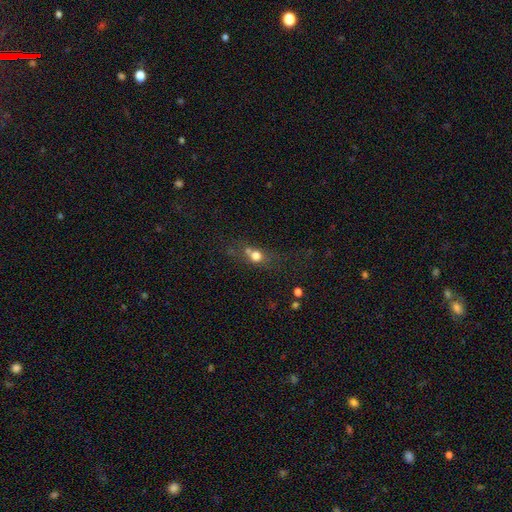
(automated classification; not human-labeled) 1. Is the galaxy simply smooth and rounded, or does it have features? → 66% smooth, 17% featured or disk, 16% star or artifact.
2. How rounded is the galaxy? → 66% round, 28% in between, 6% cigar-shaped.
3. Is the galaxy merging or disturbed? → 44% none, 31% merger, 14% minor disturbance, 10% major disturbance.